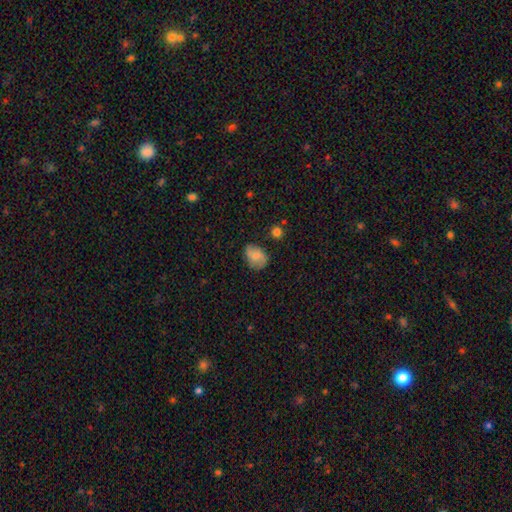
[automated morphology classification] This appears to be a smooth galaxy with no disk features (70%) that is in between round and cigar-shaped (71%). Merging: none (69%).